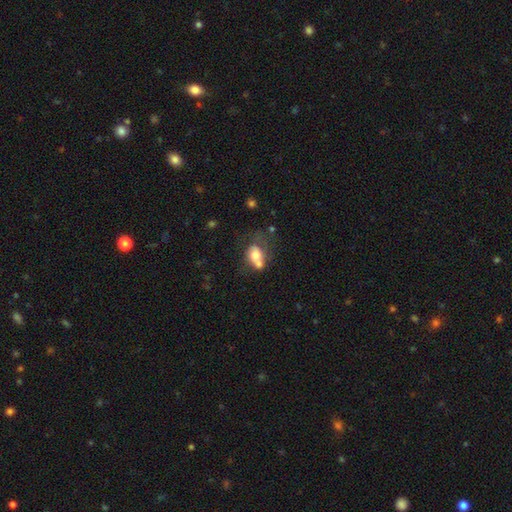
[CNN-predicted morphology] smooth-or-featured: smooth: 64% | featured or disk: 27% | star or artifact: 9%
  how-rounded: in between: 69% | round: 29% | cigar-shaped: 2%
  merging: merger: 48% | none: 21% | minor disturbance: 16% | major disturbance: 15%